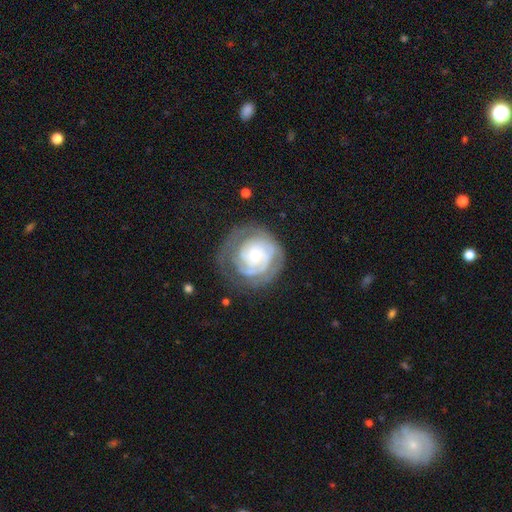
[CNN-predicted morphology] The model was most divided on "bulge size" (2-way tie): moderate: 46%, small: 46%, large: 5%, none: 1%, dominant: 1%. Remaining: edge-on disk — no (98%); spiral arms — yes (89%); smooth or featured — featured or disk (79%); bar — no (79%); spiral winding — tight (75%); merging — none (66%); spiral arm count — can't tell (39%).